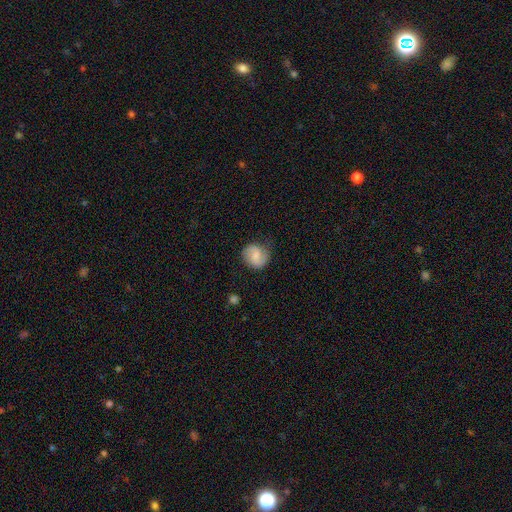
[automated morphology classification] The model was most divided on "bulge size": small: 37%, moderate: 34%, none: 23%, large: 4%, dominant: 1%. Remaining: edge-on disk — no (98%); spiral arms — yes (93%); spiral arm count — 2 (88%); merging — none (78%); smooth or featured — featured or disk (56%); bar — weak (51%); spiral winding — medium (47%).